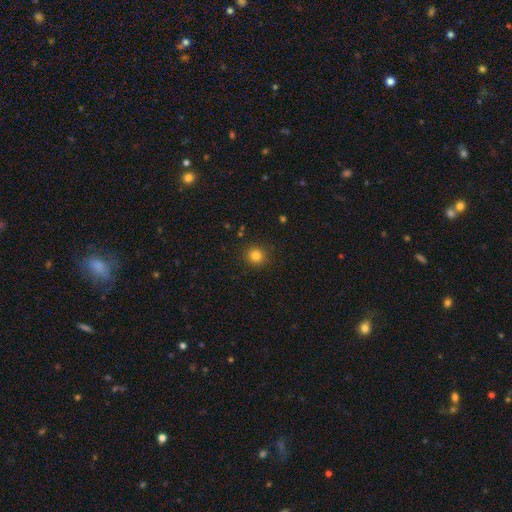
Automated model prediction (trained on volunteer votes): Smooth or featured? smooth (83%)
How rounded? round (91%)
Merging? none (91%)